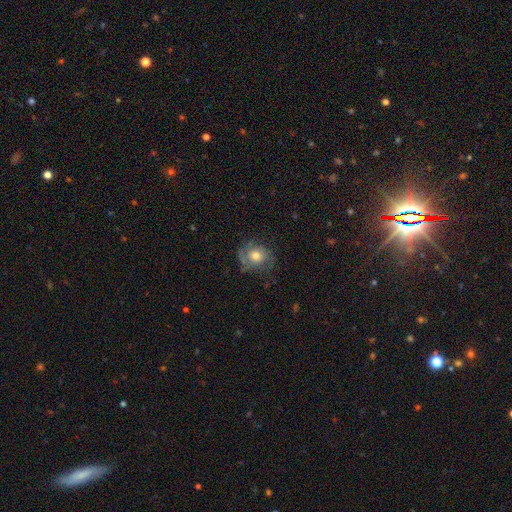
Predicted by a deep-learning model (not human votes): This appears to be a smooth galaxy with no disk features (50%) that is round (71%). Merging: none (67%).